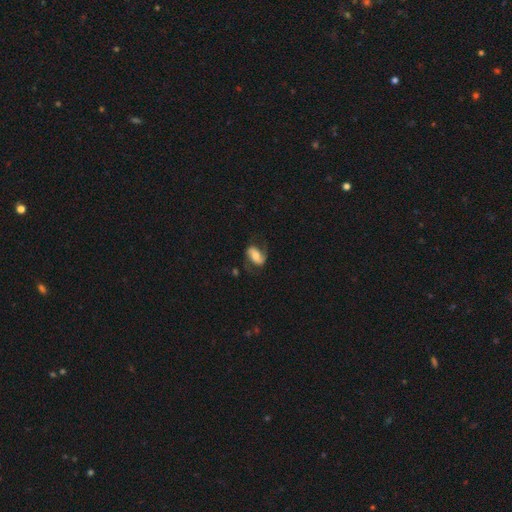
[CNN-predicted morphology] Q: Smooth or featured?
A: featured or disk (67%); runner-up: smooth (26%)
Q: Edge-on disk?
A: no (96%); runner-up: yes (4%)
Q: Bar?
A: no (40%); runner-up: weak (33%)
Q: Spiral arms?
A: yes (92%); runner-up: no (8%)
Q: Spiral winding?
A: loose (43%); runner-up: medium (40%)
Q: Spiral arm count?
A: 2 (89%); runner-up: can't tell (5%)
Q: Bulge size?
A: moderate (51%); runner-up: small (25%)
Q: Merging?
A: none (66%); runner-up: minor disturbance (20%)